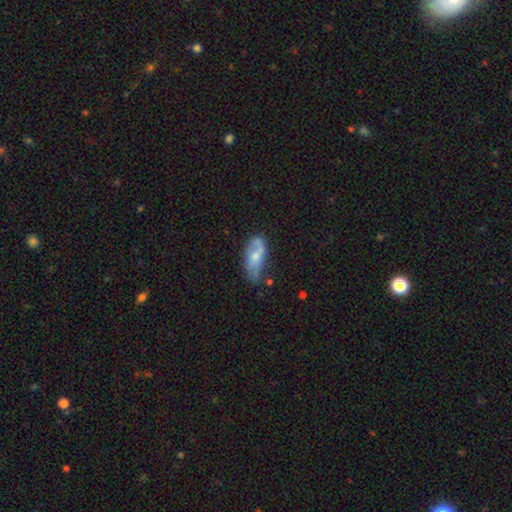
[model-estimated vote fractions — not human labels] smooth 53%, featured or disk 40%, star or artifact 7%. Down the decision tree: how rounded — in between (81%); merging — none (43%).